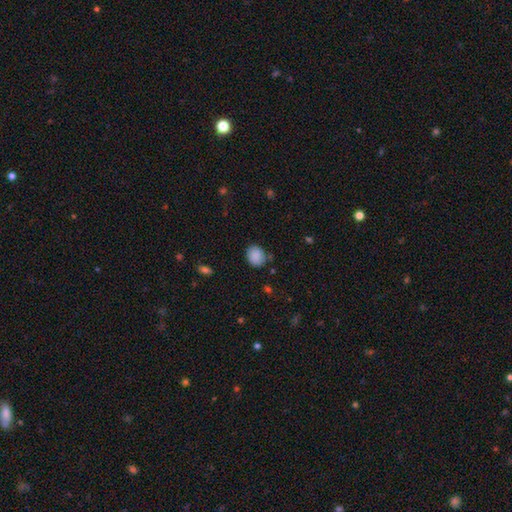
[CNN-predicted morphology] smooth_or_featured: smooth (p=0.88) [alt: star or artifact p=0.08]
how_rounded: round (p=0.59) [alt: in between p=0.40]
merging: none (p=0.78) [alt: minor disturbance p=0.15]